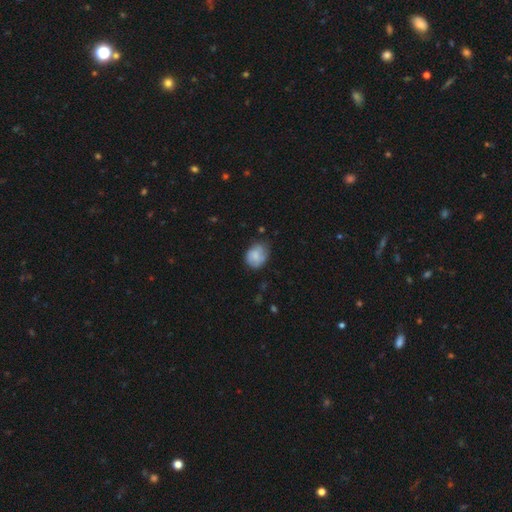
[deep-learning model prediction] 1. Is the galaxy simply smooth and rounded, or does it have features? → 67% smooth, 25% featured or disk, 8% star or artifact.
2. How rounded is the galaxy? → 52% in between, 47% round, 1% cigar-shaped.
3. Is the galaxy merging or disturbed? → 54% none, 32% minor disturbance, 11% major disturbance, 3% merger.